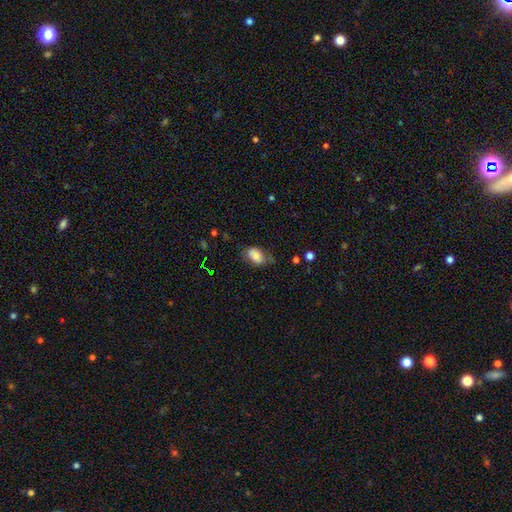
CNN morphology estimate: The model was most divided on "merging": none: 60%, minor disturbance: 28%, major disturbance: 9%, merger: 3%. More confident: how rounded — in between (87%); smooth or featured — smooth (73%).